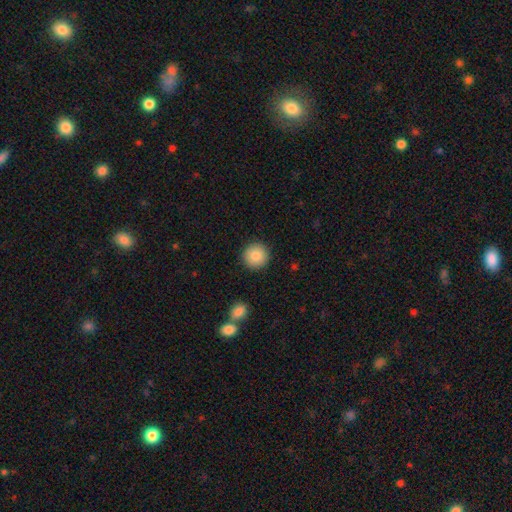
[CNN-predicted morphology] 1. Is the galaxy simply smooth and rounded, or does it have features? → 86% smooth, 8% star or artifact, 6% featured or disk.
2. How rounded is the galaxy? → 95% round, 4% in between, 1% cigar-shaped.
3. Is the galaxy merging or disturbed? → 91% none, 6% minor disturbance, 2% major disturbance, 1% merger.